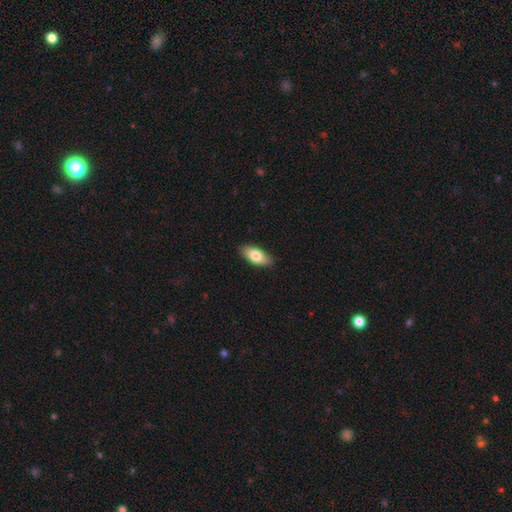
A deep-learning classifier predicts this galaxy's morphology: smooth 77%, featured or disk 17%, star or artifact 6%. Down the decision tree: how rounded — in between (87%); merging — none (86%).